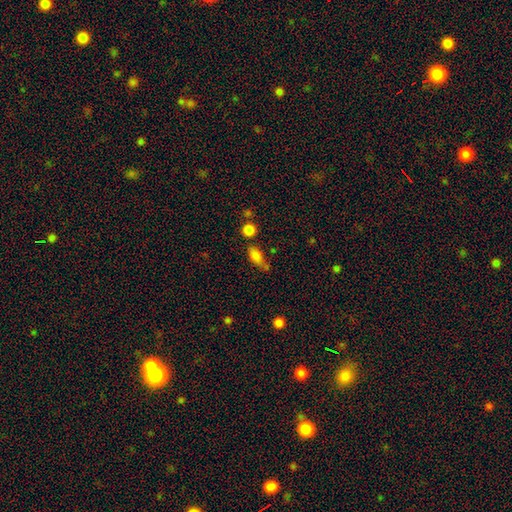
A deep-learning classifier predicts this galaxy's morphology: smooth-or-featured: smooth: 79% | star or artifact: 12% | featured or disk: 9%
  how-rounded: in between: 76% | cigar-shaped: 13% | round: 11%
  merging: none: 47% | minor disturbance: 27% | merger: 14% | major disturbance: 12%